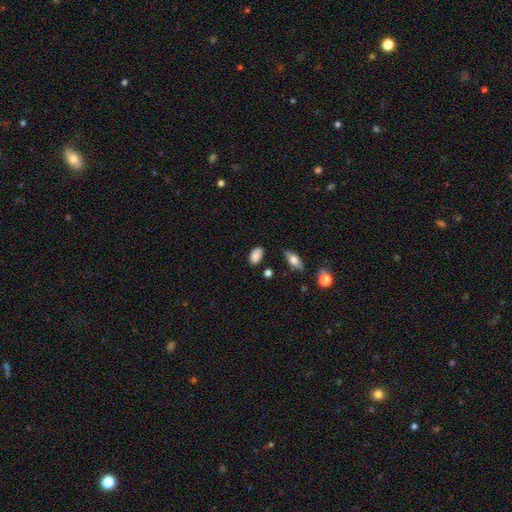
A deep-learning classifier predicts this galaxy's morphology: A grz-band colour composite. It shows a smooth galaxy with no disk features (85%) that is in between round and cigar-shaped (89%). Merging: none (73%).